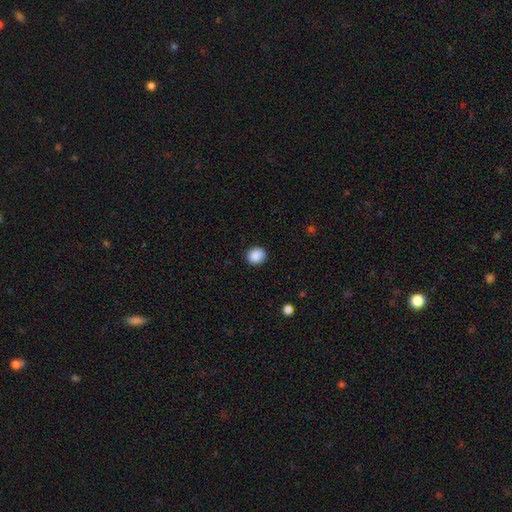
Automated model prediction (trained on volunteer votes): Q: Smooth or featured?
A: smooth (89%); runner-up: star or artifact (8%)
Q: How rounded?
A: round (75%); runner-up: in between (24%)
Q: Merging?
A: none (89%); runner-up: minor disturbance (8%)